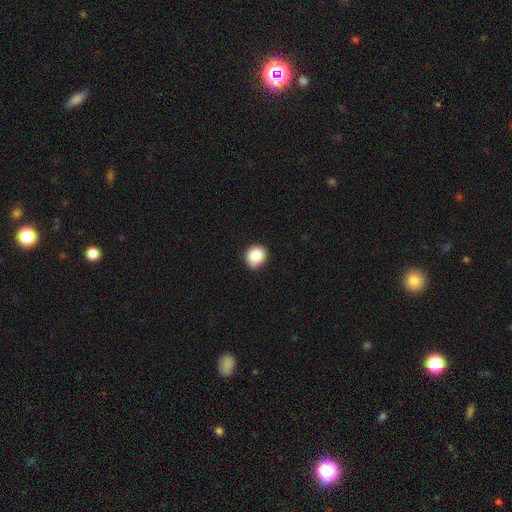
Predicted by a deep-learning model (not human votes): This is clearly a smooth galaxy (87%). How rounded: clearly round (81%). Merging: clearly none (86%).